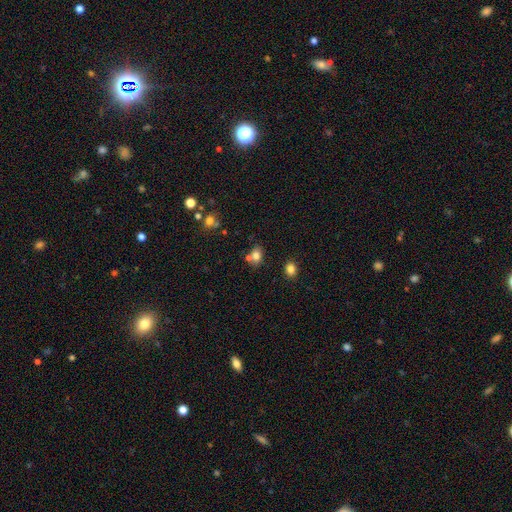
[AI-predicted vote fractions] This is likely a smooth galaxy (77%). How rounded: possibly in between (56%). Merging: possibly none (57%).